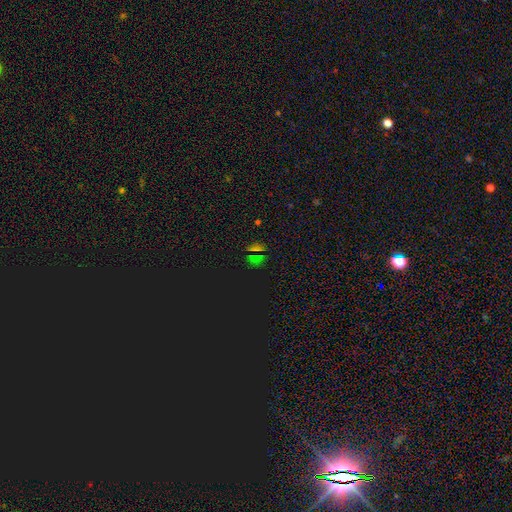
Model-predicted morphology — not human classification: This is possibly a star or artifact rather than a galaxy (57%).